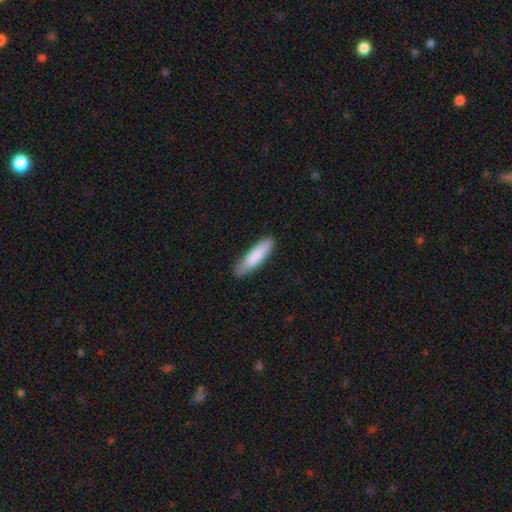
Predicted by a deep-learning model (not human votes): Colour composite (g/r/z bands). It shows a smooth galaxy with no disk features (85%) that is cigar-shaped (73%). Merging: none (83%).